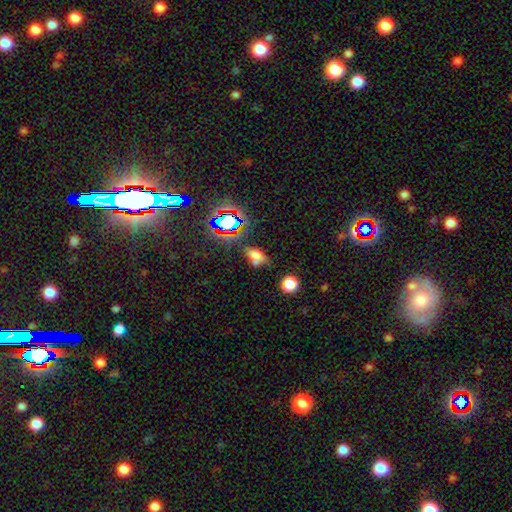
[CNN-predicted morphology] A smooth galaxy with no disk features (58%) that is in between round and cigar-shaped (78%).

Vote fractions:
- Smooth or featured? smooth: 58% / star or artifact: 27% / featured or disk: 15%
- How rounded? in between: 78% / round: 15% / cigar-shaped: 7%
- Merging? none: 47% / minor disturbance: 22% / merger: 20% / major disturbance: 11%